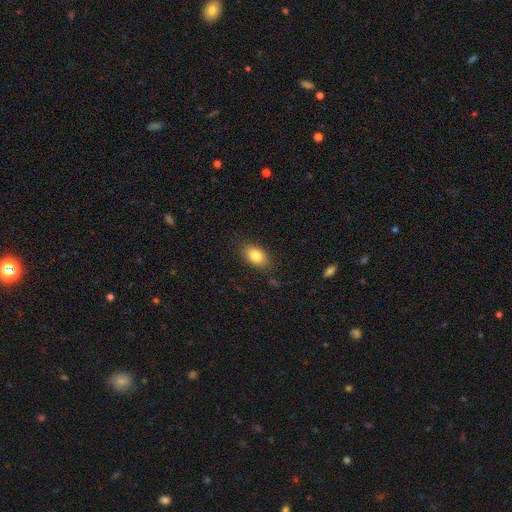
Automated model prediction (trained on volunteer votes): Overall: smooth (83%). How rounded: in between (87%). Merging: none (83%).